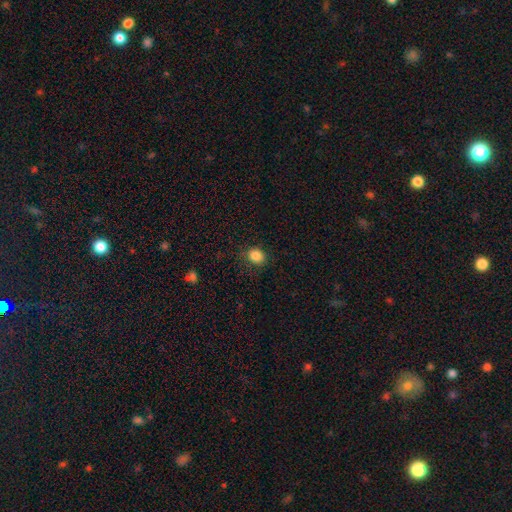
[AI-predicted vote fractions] The model was most divided on "how rounded": round: 72%, in between: 27%, cigar-shaped: 1%. More confident: smooth or featured — smooth (85%); merging — none (84%).